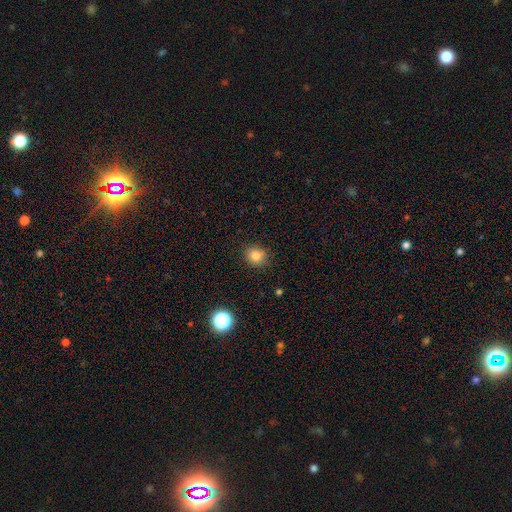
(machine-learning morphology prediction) The model was most divided on "how rounded": round: 80%, in between: 19%, cigar-shaped: 1%. More confident: merging — none (84%); smooth or featured — smooth (82%).